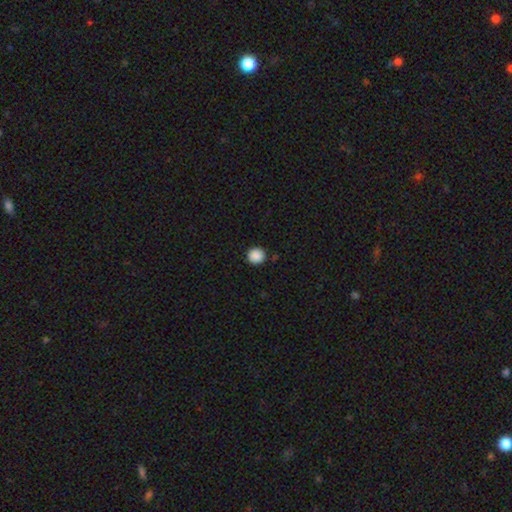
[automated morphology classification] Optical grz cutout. It shows a smooth galaxy with no disk features (88%) that is round (94%). Merging: none (92%).